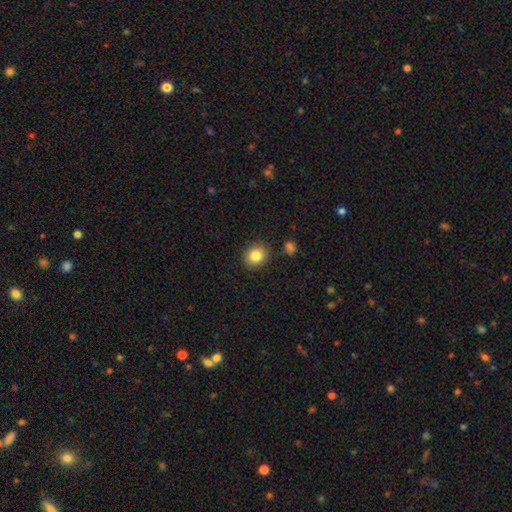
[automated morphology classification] Smooth or featured: smooth — 84% (star or artifact — 10%)
How rounded: round — 73% (in between — 26%)
Merging: none — 86% (minor disturbance — 9%)